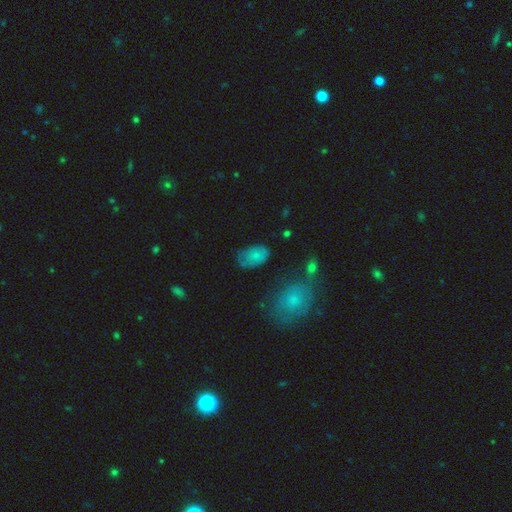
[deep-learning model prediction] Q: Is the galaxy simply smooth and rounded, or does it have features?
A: smooth — 73%.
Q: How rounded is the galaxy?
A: in between — 88%.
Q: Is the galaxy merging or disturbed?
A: none — 61%.